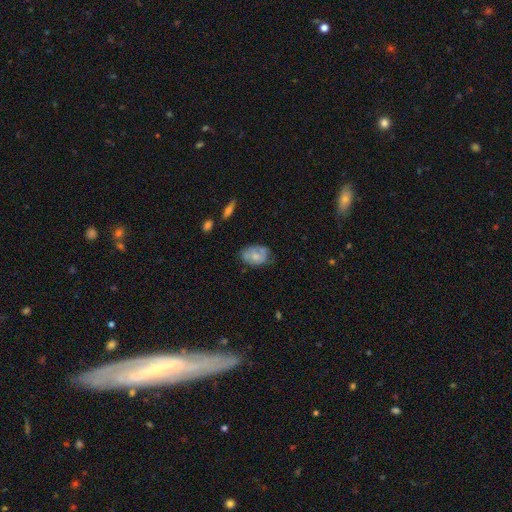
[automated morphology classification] This appears to be a smooth galaxy with no disk features (60%) that is in between round and cigar-shaped (82%). Merging: none (60%).